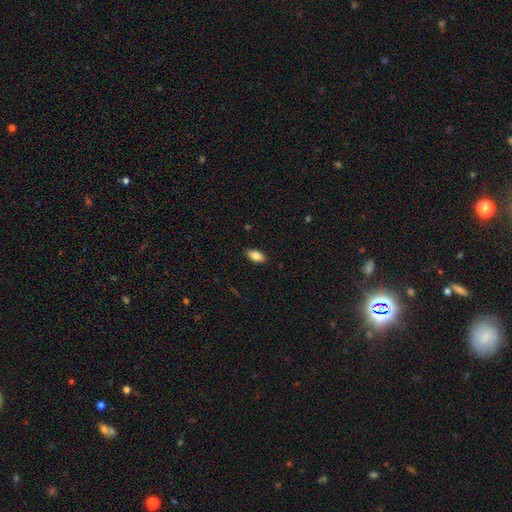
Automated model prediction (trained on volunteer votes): The model was most divided on "smooth or featured": smooth: 85%, star or artifact: 7%, featured or disk: 7%. More confident: how rounded — in between (92%); merging — none (89%).